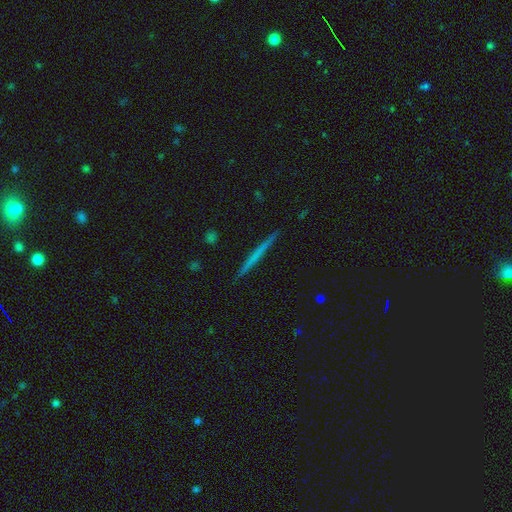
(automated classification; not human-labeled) Overall: featured or disk (50%; smooth 45%). Merging: none (92%).